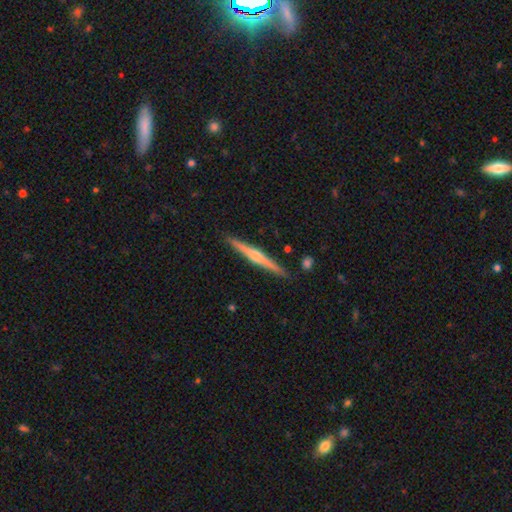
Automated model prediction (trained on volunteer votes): smooth_or_featured: featured or disk (p=0.73) [alt: smooth p=0.22]
disk_edge_on: yes (p=0.98) [alt: no p=0.02]
edge_on_bulge: rounded (p=0.82) [alt: none p=0.12]
merging: none (p=0.90) [alt: minor disturbance p=0.07]